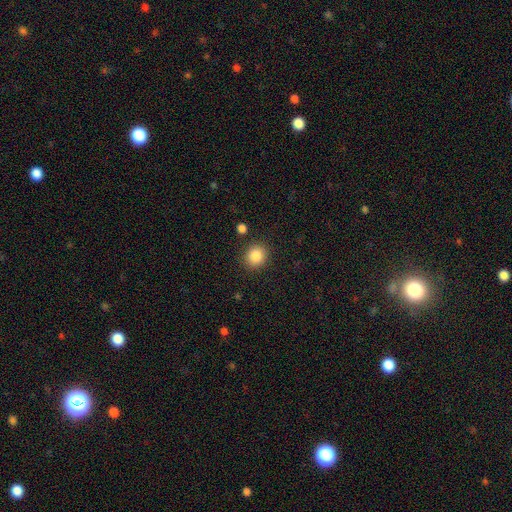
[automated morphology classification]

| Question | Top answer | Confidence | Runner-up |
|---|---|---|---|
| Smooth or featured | smooth | 86% | star or artifact (9%) |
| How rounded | round | 80% | in between (19%) |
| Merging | none | 86% | minor disturbance (8%) |